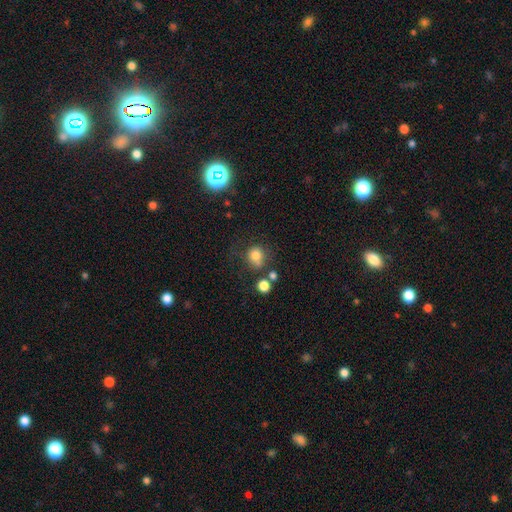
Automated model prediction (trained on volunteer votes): smooth 77%, star or artifact 14%, featured or disk 9%. Down the decision tree: how rounded — round (76%); merging — none (55%).